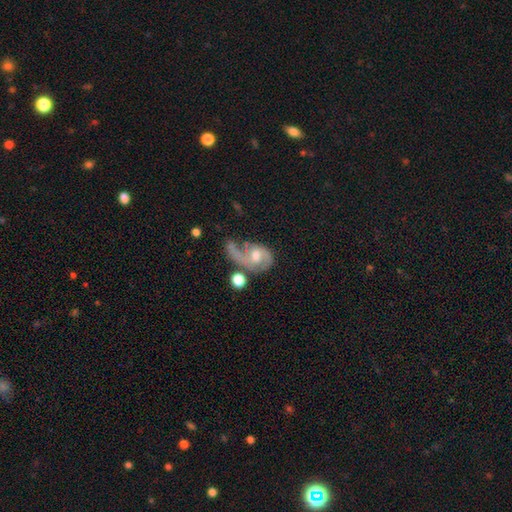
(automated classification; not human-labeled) A featured or disk galaxy (77%) with no bar (58%), 2 (53%) loose (46%) spiral arms (89%) and a moderate central bulge (57%). Merging: none (34%).